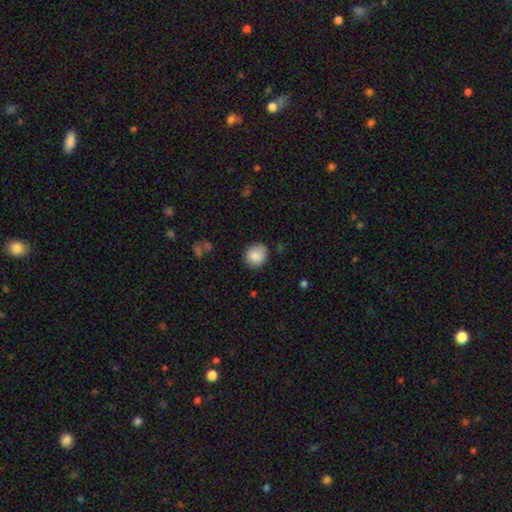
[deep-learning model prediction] Smooth or featured?
  - smooth: 87% *
  - star or artifact: 8%
  - featured or disk: 6%
How rounded?
  - round: 83% *
  - in between: 16%
  - cigar-shaped: 1%
Merging?
  - none: 79% *
  - minor disturbance: 16%
  - major disturbance: 3%
  - merger: 2%